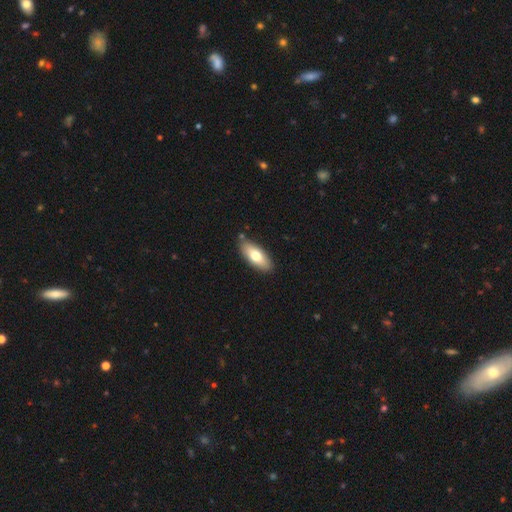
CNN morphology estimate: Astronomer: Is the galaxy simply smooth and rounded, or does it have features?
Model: smooth — 71%.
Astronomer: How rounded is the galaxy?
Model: in between — 79%.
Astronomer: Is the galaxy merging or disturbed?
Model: none — 85%.